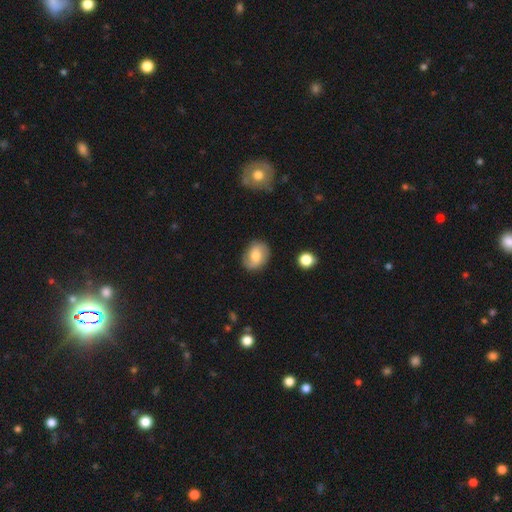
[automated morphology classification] smooth 56%, featured or disk 35%, star or artifact 8%. Down the decision tree: how rounded — in between (56%); merging — none (82%).